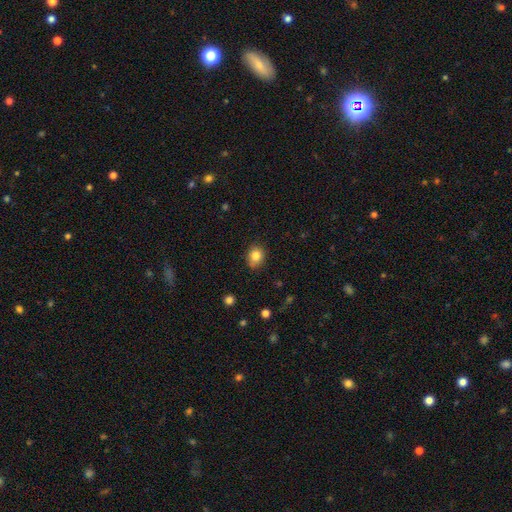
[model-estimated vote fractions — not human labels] Smooth or featured: smooth — 83% (star or artifact — 10%)
How rounded: round — 57% (in between — 42%)
Merging: none — 77% (minor disturbance — 19%)